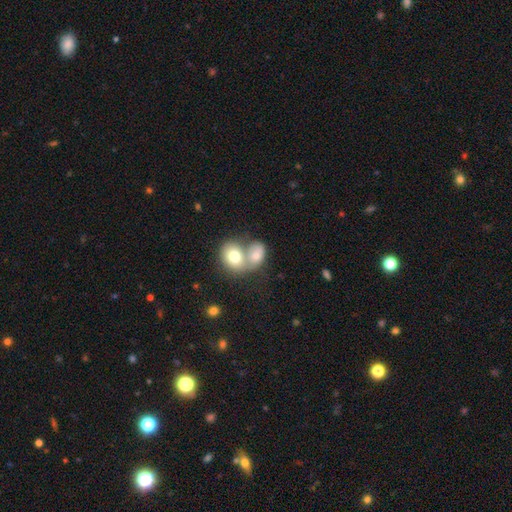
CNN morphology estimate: type=smooth (72%); roundness=in between (57%); merging=merger (68%).